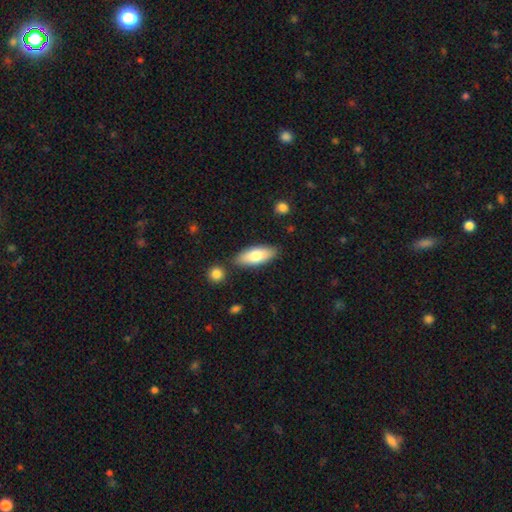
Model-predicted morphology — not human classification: smooth-or-featured: smooth: 75% | featured or disk: 20% | star or artifact: 5%
  how-rounded: in between: 71% | cigar-shaped: 26% | round: 2%
  merging: none: 82% | minor disturbance: 11% | merger: 5% | major disturbance: 2%